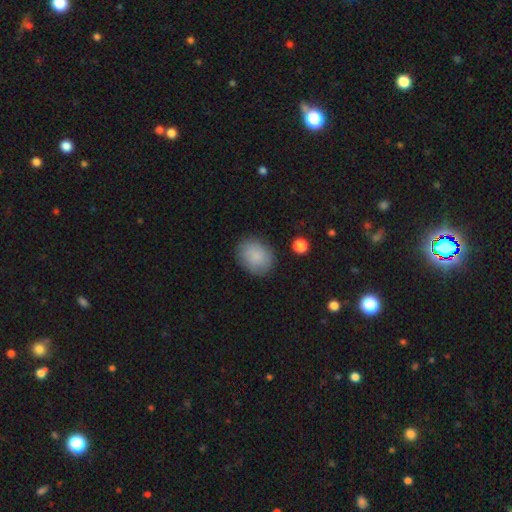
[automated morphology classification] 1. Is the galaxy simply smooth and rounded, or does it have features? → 84% smooth, 9% featured or disk, 7% star or artifact.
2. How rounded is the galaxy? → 53% round, 46% in between, 1% cigar-shaped.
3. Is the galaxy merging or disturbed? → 83% none, 12% minor disturbance, 3% major disturbance, 2% merger.